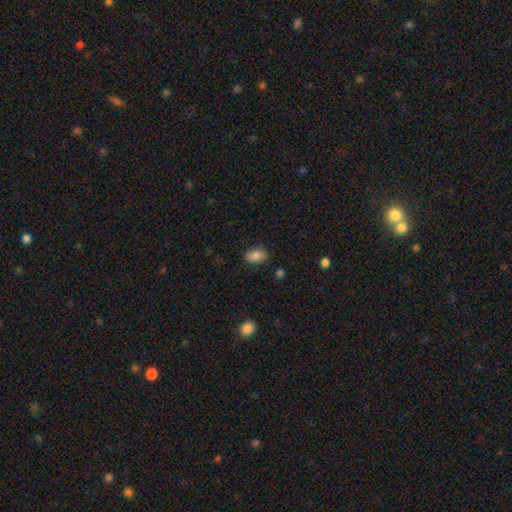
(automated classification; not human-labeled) A smooth galaxy with no disk features (85%) that is in between round and cigar-shaped (87%).

Vote fractions:
- Smooth or featured? smooth: 85% / star or artifact: 8% / featured or disk: 7%
- How rounded? in between: 87% / round: 11% / cigar-shaped: 2%
- Merging? none: 83% / minor disturbance: 12% / major disturbance: 3% / merger: 2%